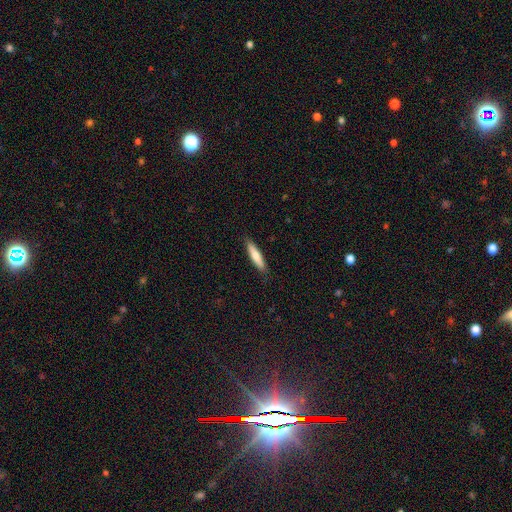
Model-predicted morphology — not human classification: smooth 72%, featured or disk 22%, star or artifact 5%. Down the decision tree: how rounded — cigar-shaped (83%); merging — none (88%).